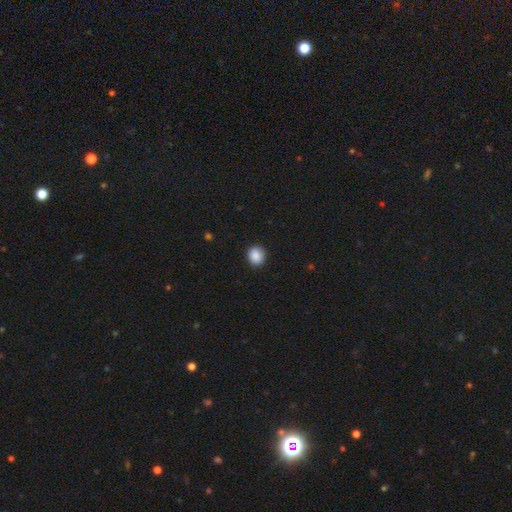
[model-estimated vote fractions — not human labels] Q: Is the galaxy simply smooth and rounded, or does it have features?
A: smooth — 88%.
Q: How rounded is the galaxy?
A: round — 80%.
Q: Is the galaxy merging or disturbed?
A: none — 88%.